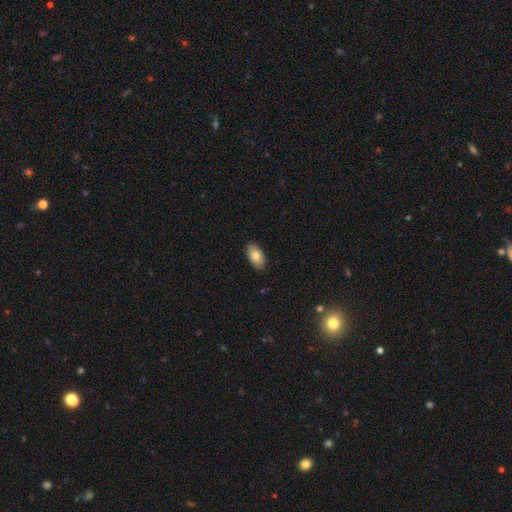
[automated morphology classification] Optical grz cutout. It shows a smooth galaxy with no disk features (79%) that is in between round and cigar-shaped (94%). Merging: none (88%).